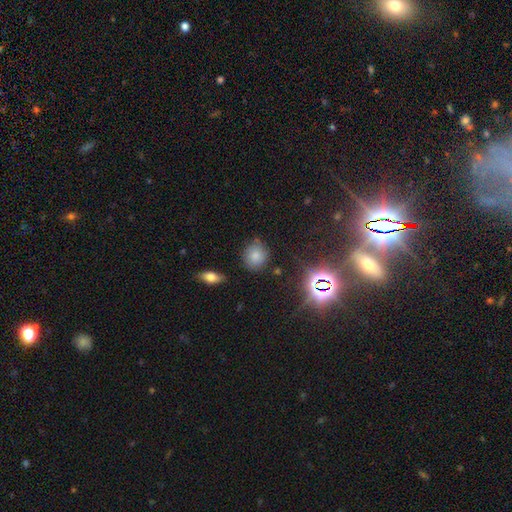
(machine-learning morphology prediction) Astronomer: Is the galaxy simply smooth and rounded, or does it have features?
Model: smooth — 75%.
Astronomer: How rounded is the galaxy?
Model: round — 78%.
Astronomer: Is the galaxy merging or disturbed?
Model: none — 77%.